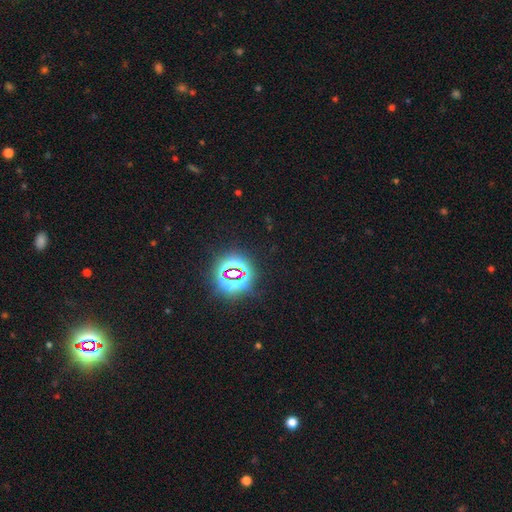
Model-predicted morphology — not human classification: Overall: star or artifact (81%).